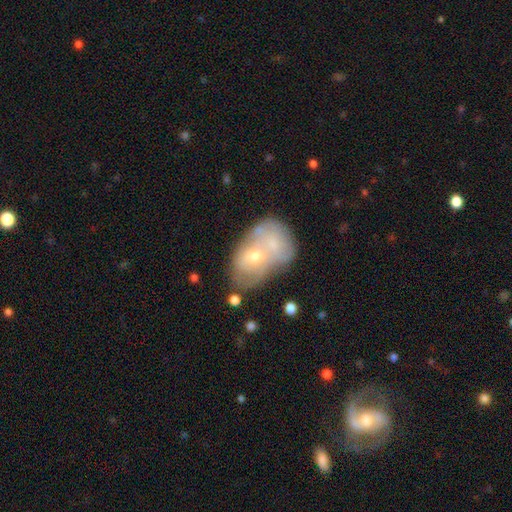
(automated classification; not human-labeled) Q: Smooth or featured?
A: smooth (48%); runner-up: featured or disk (44%)
Q: Merging?
A: merger (62%); runner-up: none (19%)